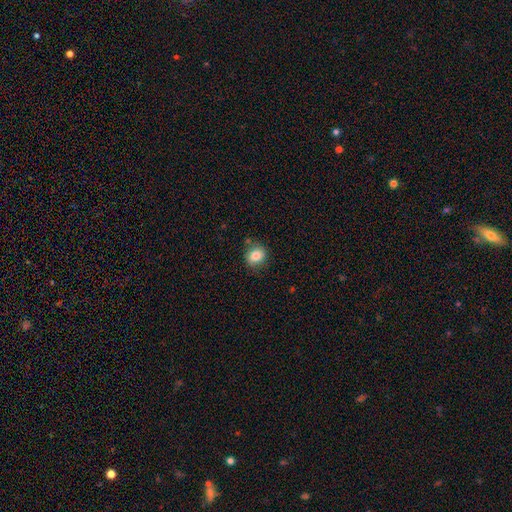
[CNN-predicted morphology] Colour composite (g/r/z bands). It shows a smooth galaxy with no disk features (83%) that is round (71%). Merging: none (80%).